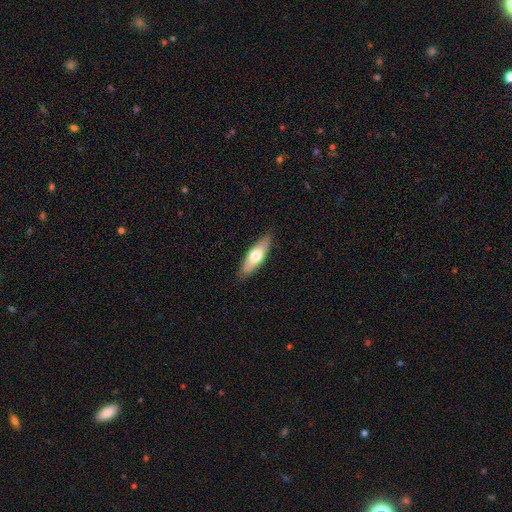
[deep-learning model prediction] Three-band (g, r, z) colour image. It shows a smooth galaxy with no disk features (62%) that is in between round and cigar-shaped (53%). Merging: none (87%).